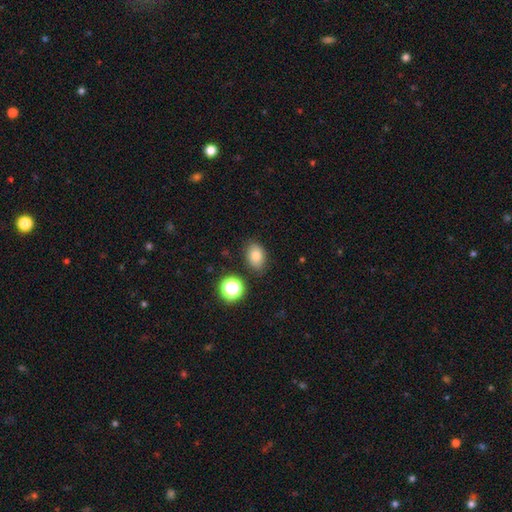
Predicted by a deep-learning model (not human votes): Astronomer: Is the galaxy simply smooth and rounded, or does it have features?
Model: smooth — 78%.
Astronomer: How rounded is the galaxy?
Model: in between — 75%.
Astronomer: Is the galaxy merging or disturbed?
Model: none — 82%.